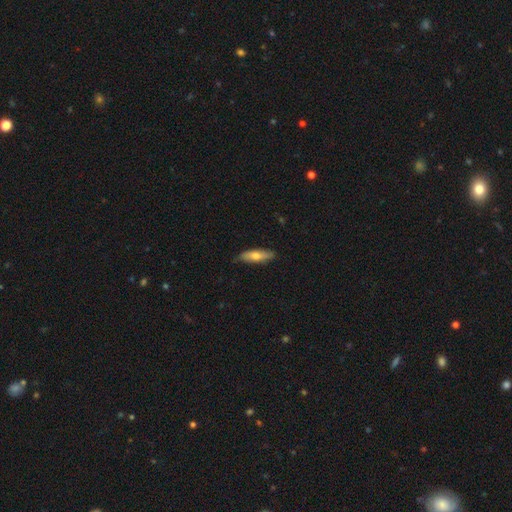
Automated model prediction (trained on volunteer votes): Smooth or featured? Predicted: smooth (p=0.66). How rounded? Predicted: cigar-shaped (p=0.53). Merging? Predicted: none (p=0.83).